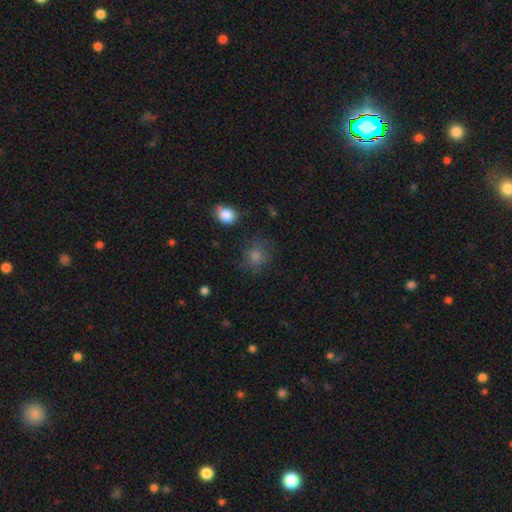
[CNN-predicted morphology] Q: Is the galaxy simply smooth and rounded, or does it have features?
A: smooth — 69%.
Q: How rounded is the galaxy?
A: round — 76%.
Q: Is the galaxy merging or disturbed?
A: none — 75%.